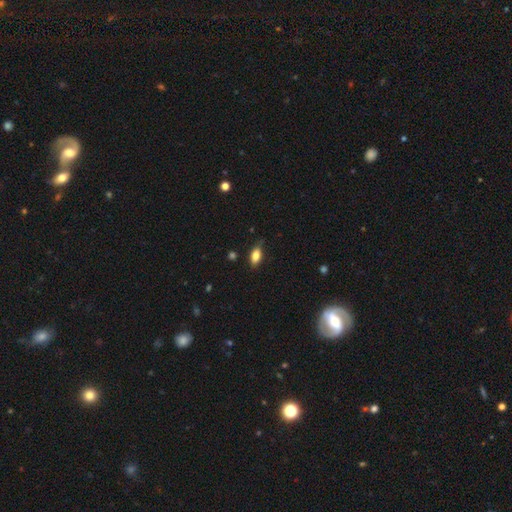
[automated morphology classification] smooth_or_featured: smooth (p=0.82) [alt: featured or disk p=0.10]
how_rounded: in between (p=0.87) [alt: cigar-shaped p=0.09]
merging: none (p=0.79) [alt: minor disturbance p=0.17]